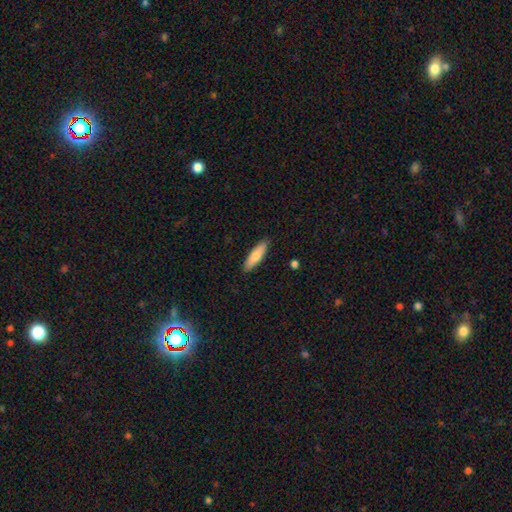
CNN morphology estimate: Smooth or featured? Predicted: smooth (p=0.77). How rounded? Predicted: cigar-shaped (p=0.62). Merging? Predicted: none (p=0.88).